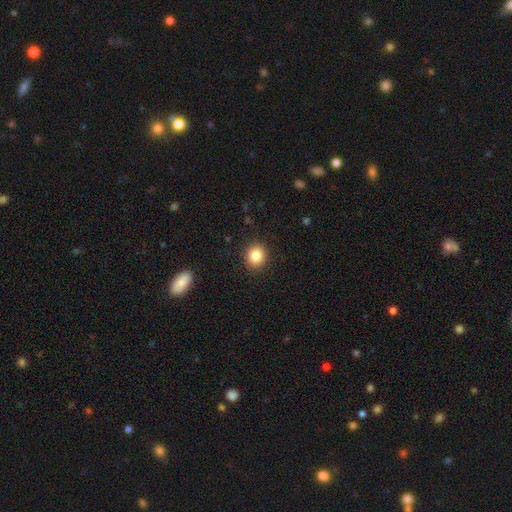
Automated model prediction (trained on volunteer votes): The model was most divided on "how rounded": round: 79%, in between: 20%, cigar-shaped: 1%. More confident: merging — none (90%); smooth or featured — smooth (84%).